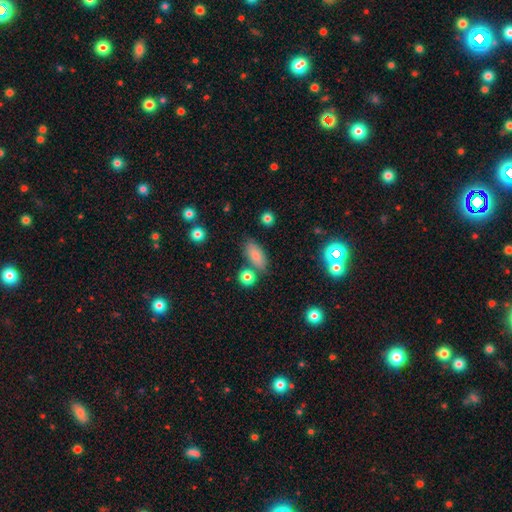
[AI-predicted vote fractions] Smooth or featured? Predicted: smooth (p=0.81). How rounded? Predicted: in between (p=0.81). Merging? Predicted: none (p=0.73).